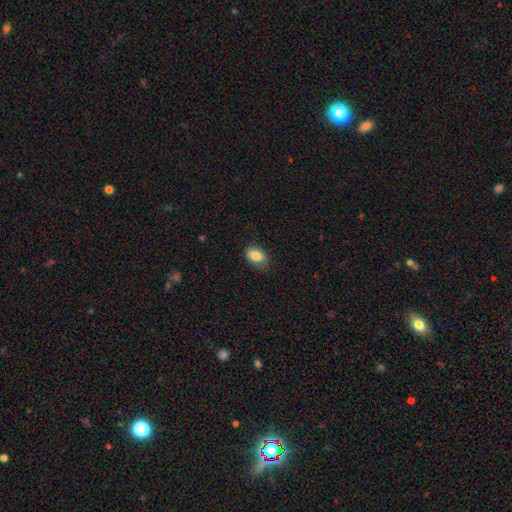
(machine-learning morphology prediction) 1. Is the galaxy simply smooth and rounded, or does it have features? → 84% smooth, 8% star or artifact, 8% featured or disk.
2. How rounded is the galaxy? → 84% in between, 15% round, 1% cigar-shaped.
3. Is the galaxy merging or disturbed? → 78% none, 18% minor disturbance, 3% major disturbance, 1% merger.